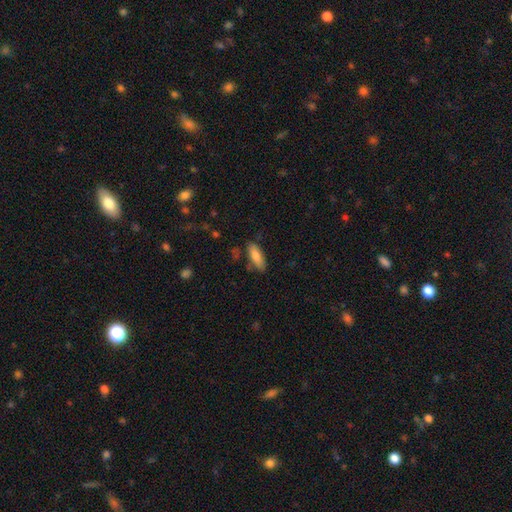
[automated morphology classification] A smooth galaxy with no disk features (77%) that is in between round and cigar-shaped (62%). Merging: none (77%).